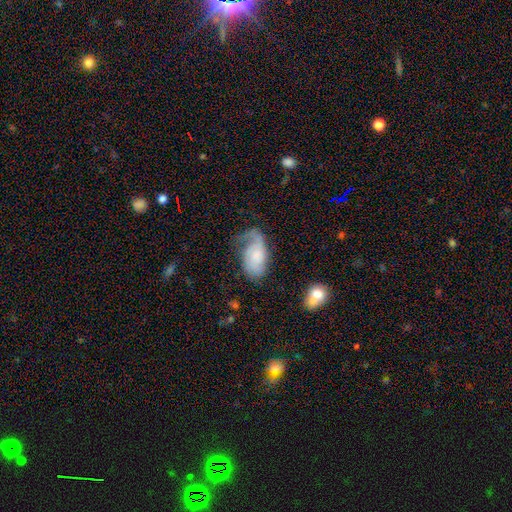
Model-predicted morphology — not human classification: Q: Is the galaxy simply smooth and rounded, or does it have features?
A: featured or disk — 57%.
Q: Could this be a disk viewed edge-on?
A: no — 96%.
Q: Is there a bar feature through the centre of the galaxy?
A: no — 69%.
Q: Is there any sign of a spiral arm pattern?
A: yes — 86%.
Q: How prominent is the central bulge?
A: small — 29%.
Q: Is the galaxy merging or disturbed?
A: none — 38%.